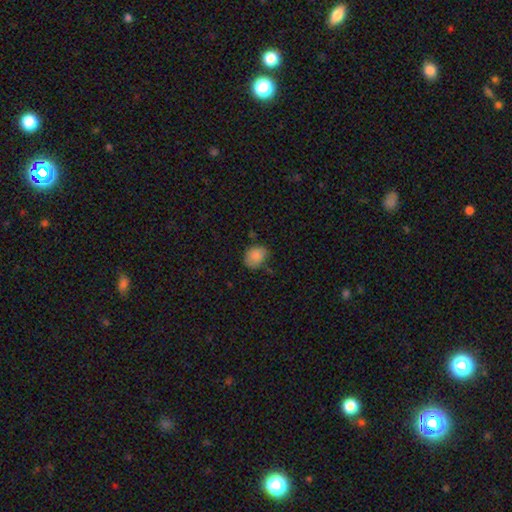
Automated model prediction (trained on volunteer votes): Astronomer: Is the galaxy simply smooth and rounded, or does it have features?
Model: smooth — 85%.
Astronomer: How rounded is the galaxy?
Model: in between — 51% (runner-up: round, 48%).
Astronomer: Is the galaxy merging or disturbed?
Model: none — 65%.